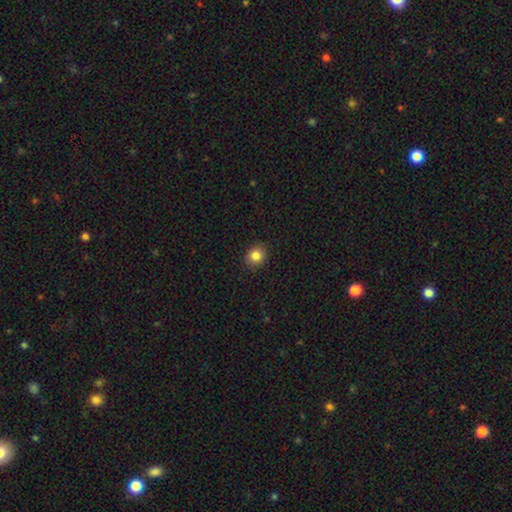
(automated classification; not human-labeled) smooth-or-featured: smooth: 85% | star or artifact: 10% | featured or disk: 5%
  how-rounded: round: 72% | in between: 27% | cigar-shaped: 1%
  merging: none: 89% | minor disturbance: 8% | major disturbance: 2% | merger: 1%